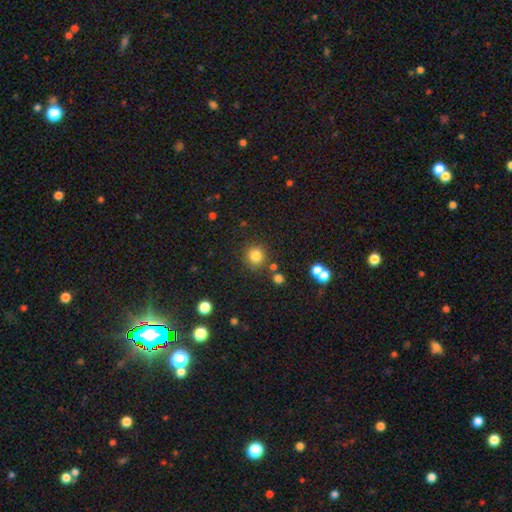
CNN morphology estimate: Smooth or featured? smooth (82%)
How rounded? round (92%)
Merging? none (83%)